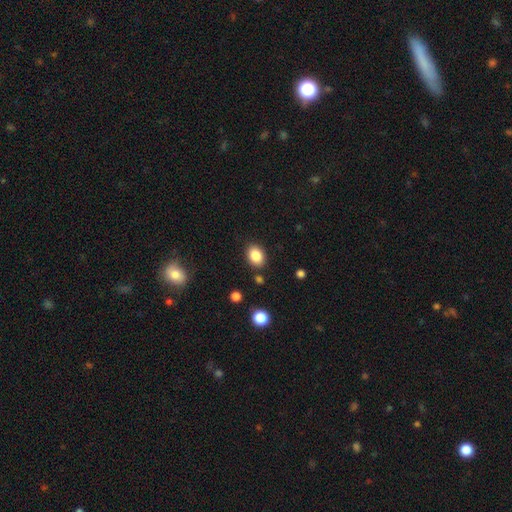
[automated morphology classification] smooth 86%, star or artifact 9%, featured or disk 5%. Down the decision tree: how rounded — in between (68%); merging — none (86%).